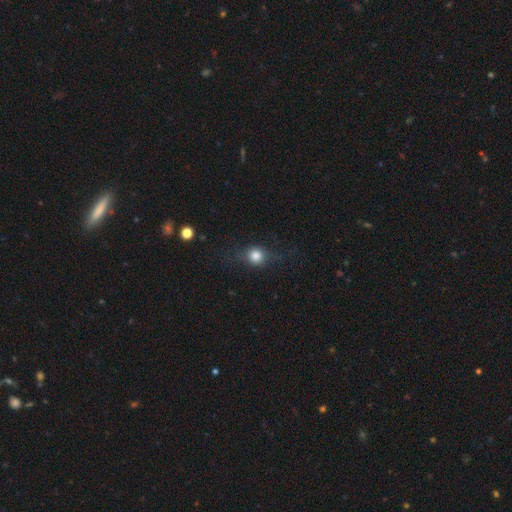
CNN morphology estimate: type=smooth (73%); roundness=round (79%); merging=none (72%).